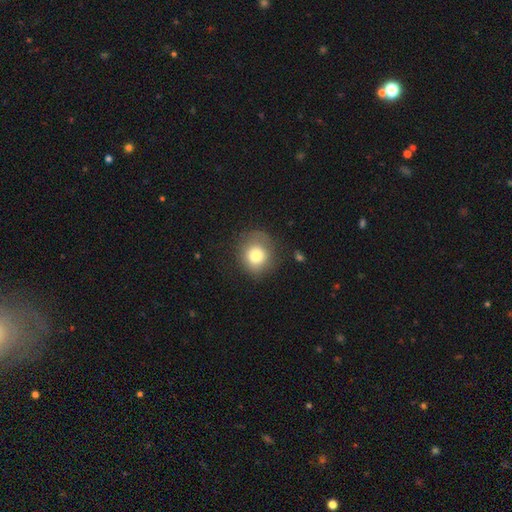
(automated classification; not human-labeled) smooth_or_featured: smooth (p=0.77) [alt: featured or disk p=0.13]
how_rounded: round (p=0.84) [alt: in between p=0.15]
merging: none (p=0.70) [alt: minor disturbance p=0.20]